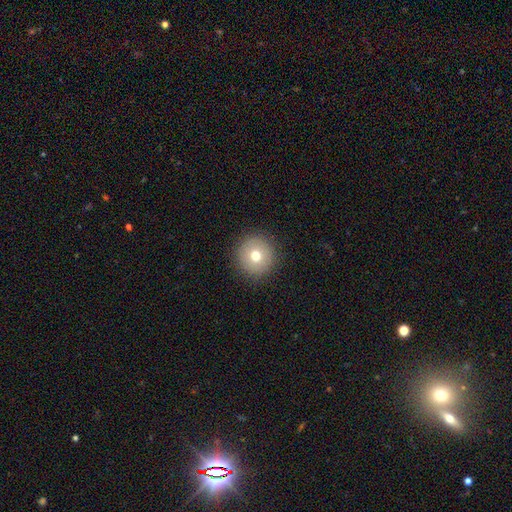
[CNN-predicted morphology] A smooth galaxy with no disk features (72%) that is round (96%).

Vote fractions:
- Smooth or featured? smooth: 72% / featured or disk: 16% / star or artifact: 12%
- How rounded? round: 96% / in between: 3% / cigar-shaped: 1%
- Merging? none: 91% / minor disturbance: 6% / major disturbance: 2% / merger: 1%